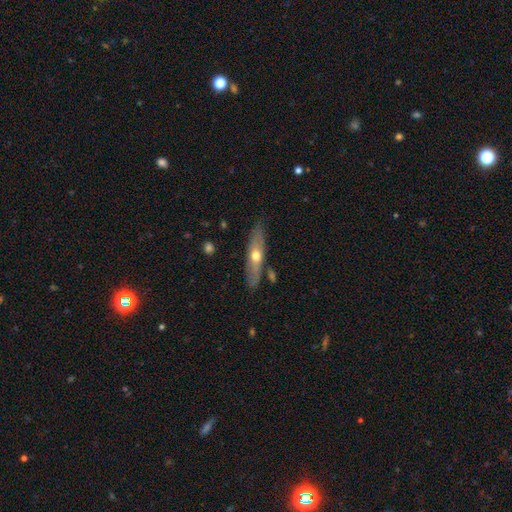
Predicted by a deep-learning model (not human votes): Morphology: type=featured or disk (52%); edge-on=yes (71%); merging=none (82%).